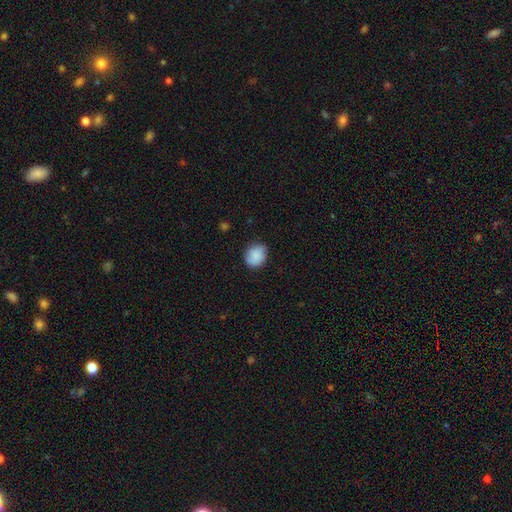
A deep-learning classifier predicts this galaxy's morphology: Smooth or featured: smooth — 87% (star or artifact — 7%)
How rounded: round — 70% (in between — 29%)
Merging: none — 79% (minor disturbance — 16%)